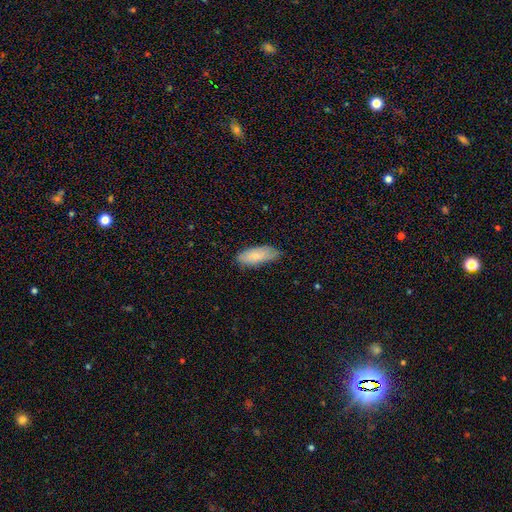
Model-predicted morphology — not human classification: Q: Smooth or featured?
A: smooth (82%); runner-up: featured or disk (12%)
Q: How rounded?
A: in between (73%); runner-up: cigar-shaped (25%)
Q: Merging?
A: none (74%); runner-up: minor disturbance (22%)